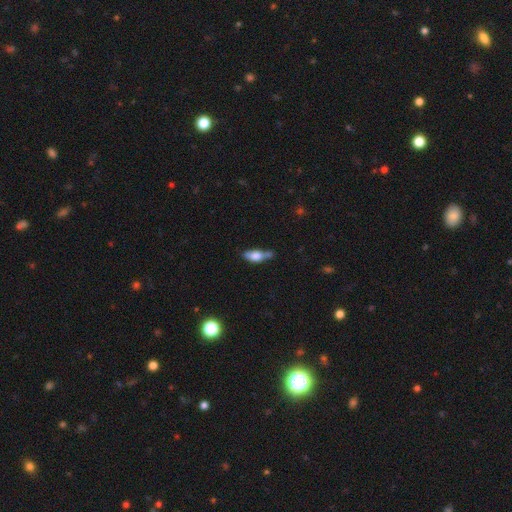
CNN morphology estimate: This appears to be a smooth galaxy with no disk features (69%) that is in between round and cigar-shaped (77%). Merging: none (40%).